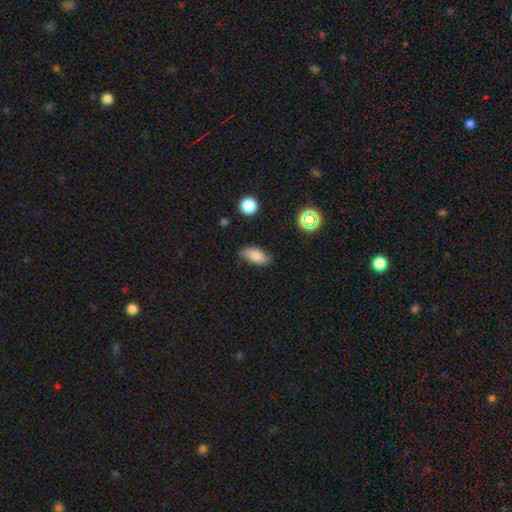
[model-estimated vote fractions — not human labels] smooth_or_featured: smooth (p=0.80) [alt: featured or disk p=0.10]
how_rounded: in between (p=0.88) [alt: cigar-shaped p=0.07]
merging: none (p=0.78) [alt: minor disturbance p=0.17]